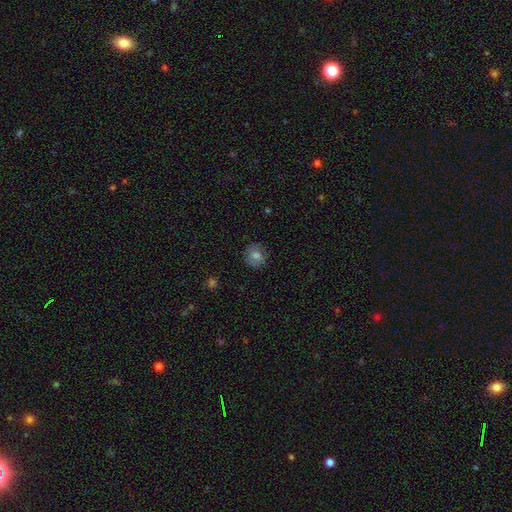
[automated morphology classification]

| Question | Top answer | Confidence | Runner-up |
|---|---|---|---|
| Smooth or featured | smooth | 74% | featured or disk (15%) |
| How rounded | round | 77% | in between (22%) |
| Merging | none | 81% | minor disturbance (14%) |